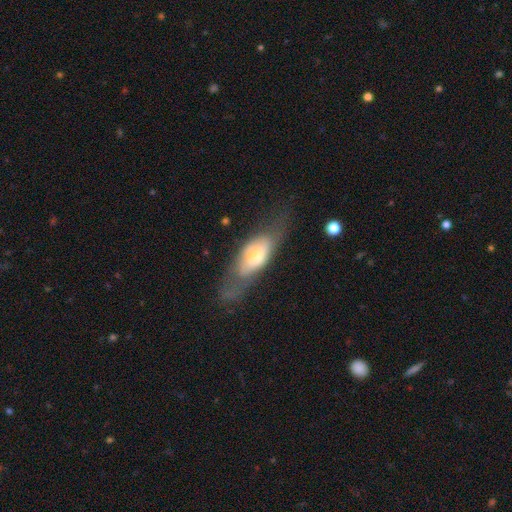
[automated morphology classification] type=smooth (50%); merging=none (50%).